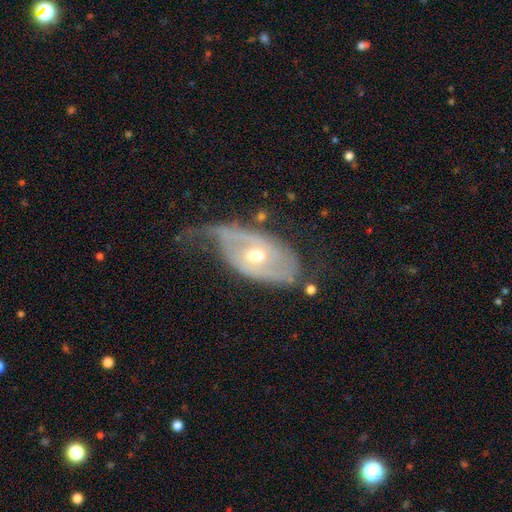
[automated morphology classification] This is likely a featured or disk galaxy (77%). It is clearly not viewed edge-on (91%). Bar: possibly no (51%). Spiral arm pattern: likely yes (75%). Spiral arm count: possibly 2 (54%). Spiral winding: marginally medium (36%). Central bulge: likely moderate (74%). Merging: marginally none (35%).